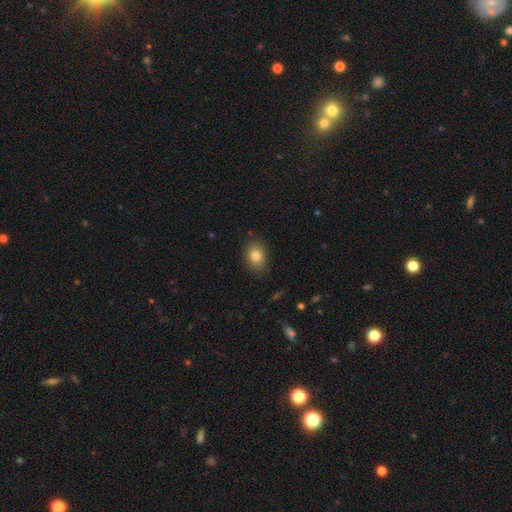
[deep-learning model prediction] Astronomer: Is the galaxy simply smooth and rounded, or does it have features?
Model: smooth — 82%.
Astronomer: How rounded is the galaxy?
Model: in between — 71%.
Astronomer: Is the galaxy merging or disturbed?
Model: none — 85%.